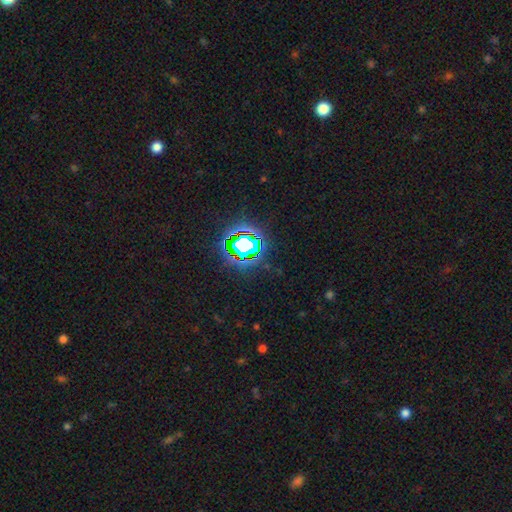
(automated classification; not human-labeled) A star or artifact, not a galaxy (82%).

Vote fractions:
- Smooth or featured? star or artifact: 82% / smooth: 11% / featured or disk: 7%